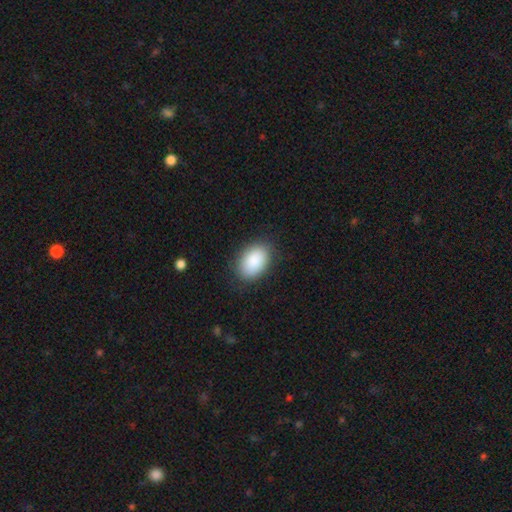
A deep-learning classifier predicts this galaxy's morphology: smooth_or_featured: smooth (p=0.89) [alt: star or artifact p=0.06]
how_rounded: in between (p=0.87) [alt: round p=0.12]
merging: none (p=0.85) [alt: minor disturbance p=0.11]